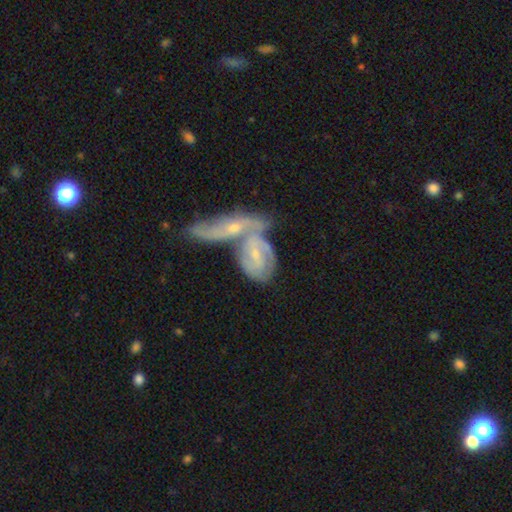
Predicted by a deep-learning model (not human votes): Overall: featured or disk (70%). Edge-on disk: no (93%). Bar: weak (44%, tied with no). Spiral arms: yes (83%). Spiral arm count: 2 (42%; can't tell 34%). Spiral winding: tight (48%; medium 37%). Bulge size: small (63%; moderate 28%). Merging: merger (64%).